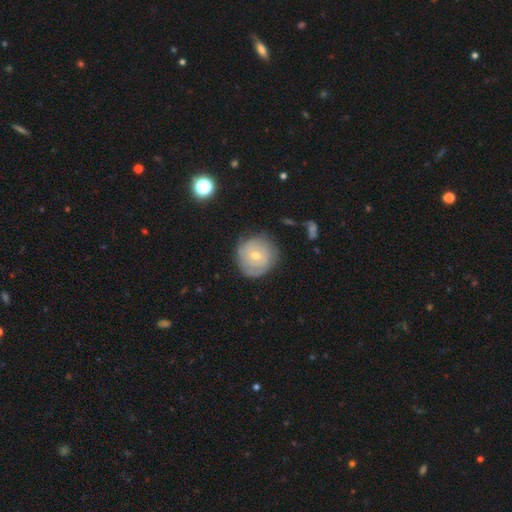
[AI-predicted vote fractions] smooth_or_featured: featured or disk (p=0.53) [alt: smooth p=0.41]
disk_edge_on: no (p=0.97) [alt: yes p=0.03]
bar: no (p=0.74) [alt: weak p=0.22]
has_spiral_arms: yes (p=0.68) [alt: no p=0.32]
bulge_size: moderate (p=0.51) [alt: small p=0.45]
merging: none (p=0.75) [alt: minor disturbance p=0.18]